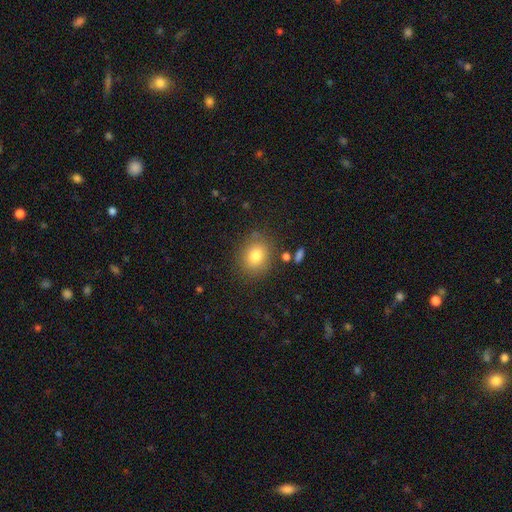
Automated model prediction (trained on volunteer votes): smooth 80%, star or artifact 11%, featured or disk 9%. Down the decision tree: how rounded — round (62%); merging — none (82%).